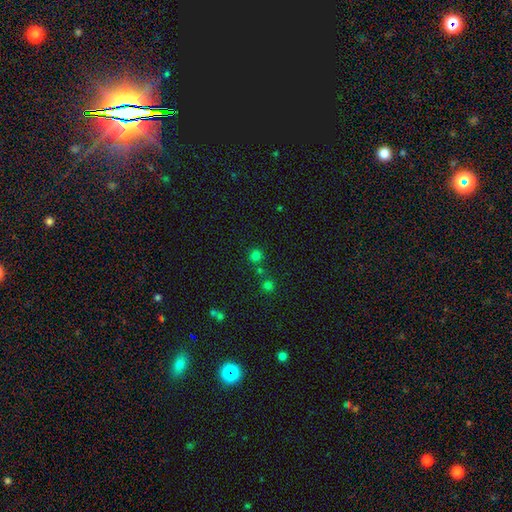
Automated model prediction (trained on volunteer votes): smooth 72%, star or artifact 23%, featured or disk 5%. Down the decision tree: how rounded — round (89%); merging — none (74%).